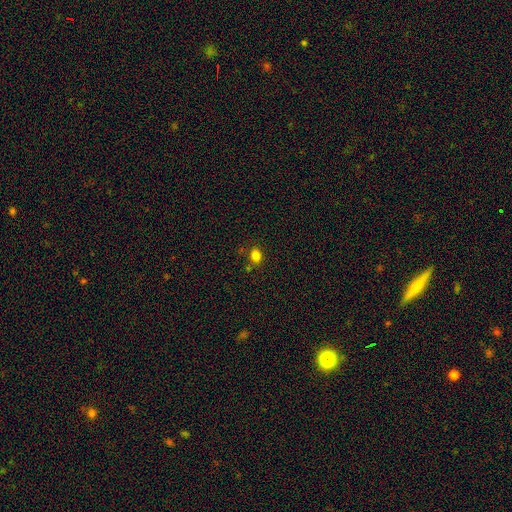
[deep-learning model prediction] A smooth galaxy with no disk features (82%) that is in between round and cigar-shaped (62%).

Vote fractions:
- Smooth or featured? smooth: 82% / star or artifact: 13% / featured or disk: 5%
- How rounded? in between: 62% / round: 37% / cigar-shaped: 1%
- Merging? none: 79% / minor disturbance: 12% / merger: 6% / major disturbance: 3%